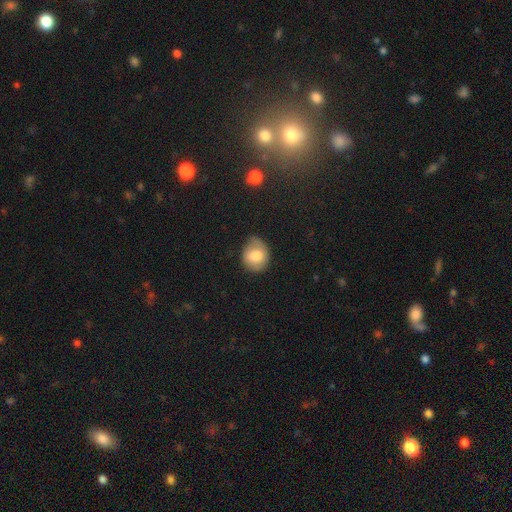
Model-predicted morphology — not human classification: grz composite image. It shows a smooth galaxy with no disk features (77%) that is round (59%). Merging: none (61%).